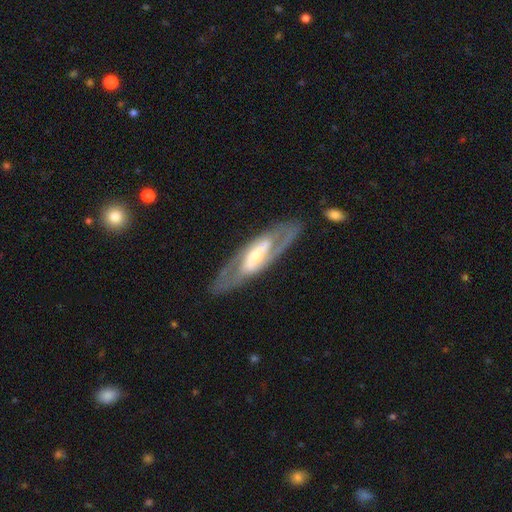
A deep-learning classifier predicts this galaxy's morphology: This appears to be a featured or disk galaxy (81%) with a strong bar (45%), 2 (81%) medium (47%) spiral arms (82%) and a moderate central bulge (47%). Merging: none (80%).